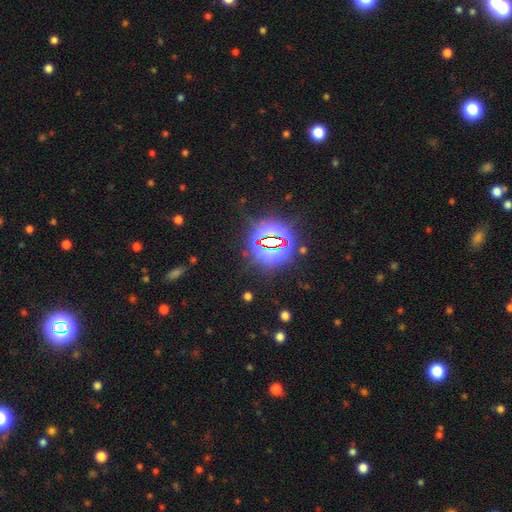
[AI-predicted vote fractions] smooth_or_featured: star or artifact (p=0.84) [alt: smooth p=0.10]